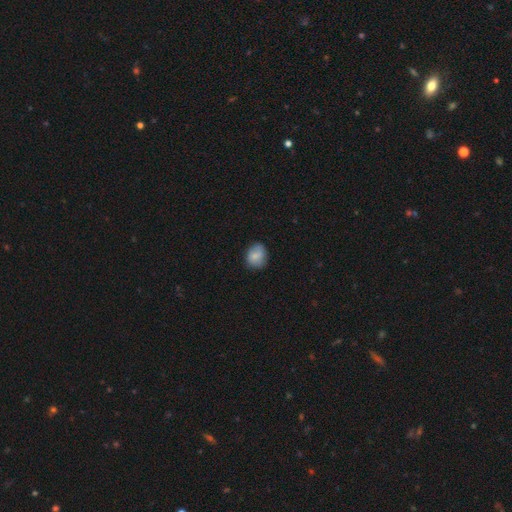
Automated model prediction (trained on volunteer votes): This appears to be a smooth galaxy with no disk features (80%) that is round (62%). Merging: none (75%).